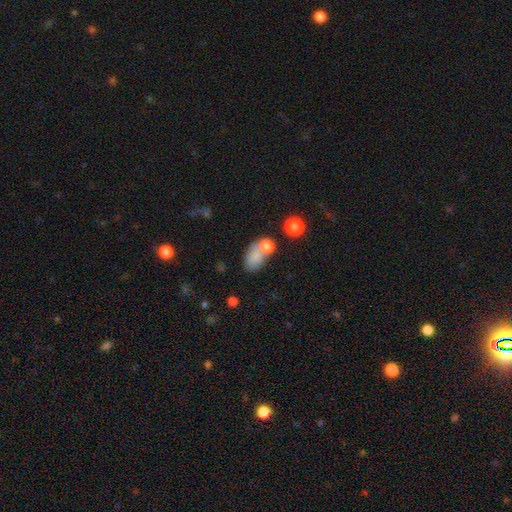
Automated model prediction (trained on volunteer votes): A smooth galaxy with no disk features (78%) that is in between round and cigar-shaped (85%).

Vote fractions:
- Smooth or featured? smooth: 78% / featured or disk: 12% / star or artifact: 10%
- How rounded? in between: 85% / round: 13% / cigar-shaped: 2%
- Merging? none: 42% / merger: 34% / minor disturbance: 16% / major disturbance: 8%